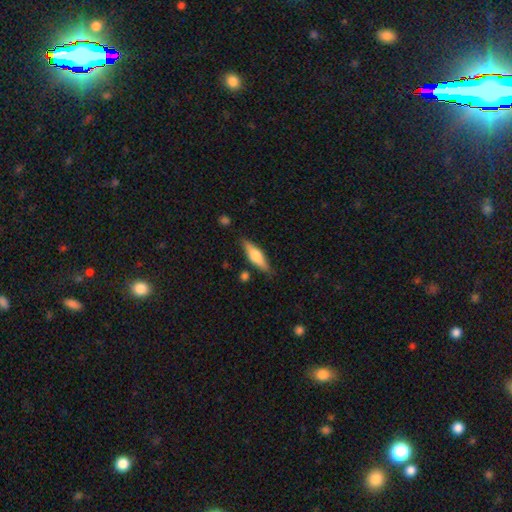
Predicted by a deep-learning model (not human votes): Smooth or featured: smooth — 53% (featured or disk — 41%)
How rounded: cigar-shaped — 61% (in between — 36%)
Merging: none — 83% (minor disturbance — 12%)